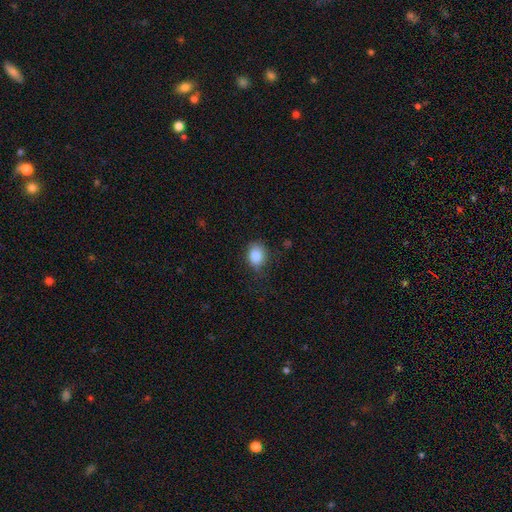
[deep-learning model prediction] This is clearly a smooth galaxy (87%). How rounded: possibly in between (53%). Merging: likely none (69%).